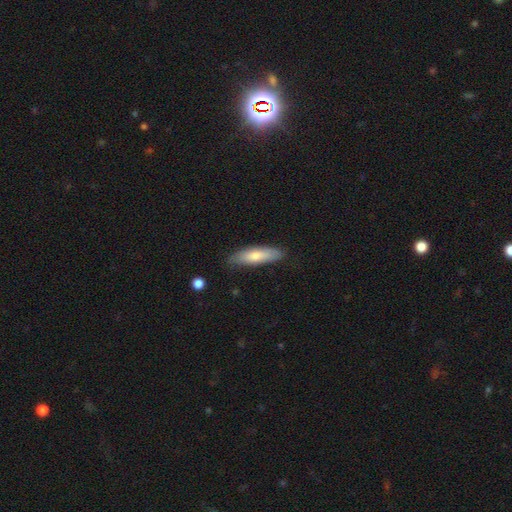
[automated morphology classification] A smooth galaxy with no disk features (73%) that is cigar-shaped (61%). Merging: none (82%).